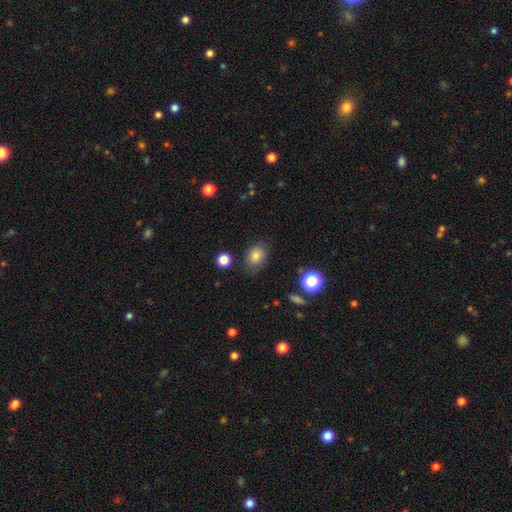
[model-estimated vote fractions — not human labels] Q: Smooth or featured?
A: smooth (82%); runner-up: star or artifact (11%)
Q: How rounded?
A: in between (66%); runner-up: round (33%)
Q: Merging?
A: none (80%); runner-up: minor disturbance (14%)